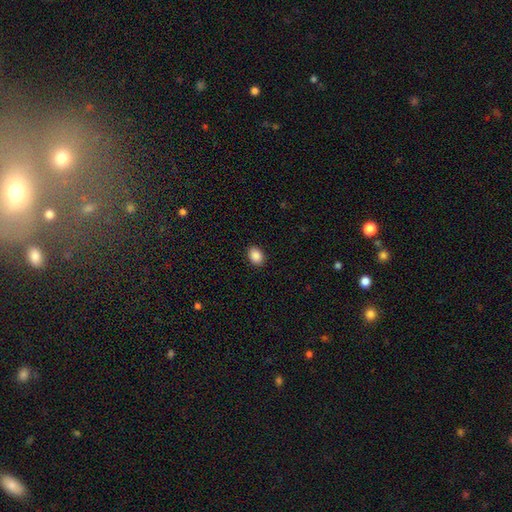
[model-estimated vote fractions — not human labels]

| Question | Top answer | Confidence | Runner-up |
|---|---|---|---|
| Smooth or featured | smooth | 89% | star or artifact (8%) |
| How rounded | in between | 70% | round (29%) |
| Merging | none | 91% | minor disturbance (7%) |